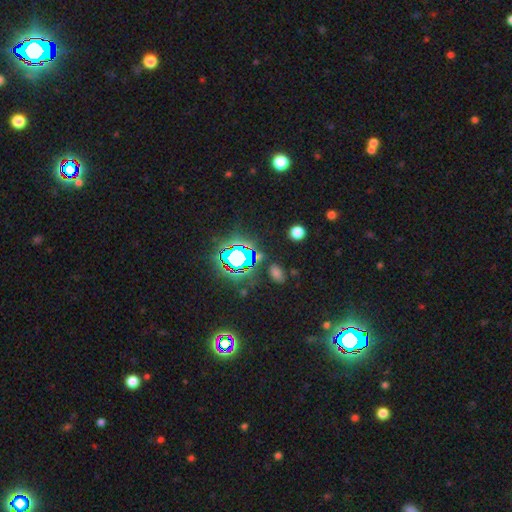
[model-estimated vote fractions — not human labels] Smooth or featured? Predicted: star or artifact (p=0.70).